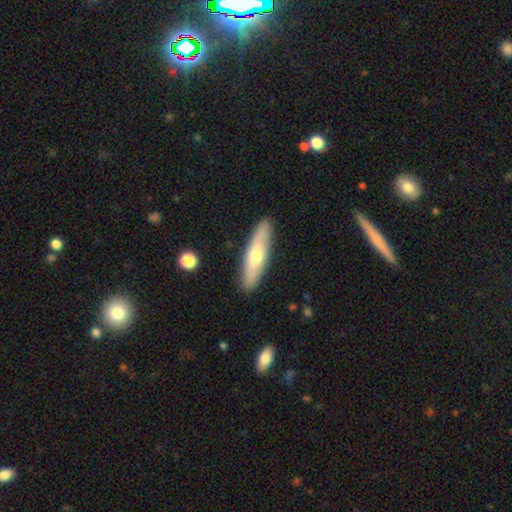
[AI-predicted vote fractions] Q: Smooth or featured?
A: smooth (55%); runner-up: featured or disk (39%)
Q: How rounded?
A: cigar-shaped (71%); runner-up: in between (27%)
Q: Merging?
A: none (89%); runner-up: minor disturbance (8%)